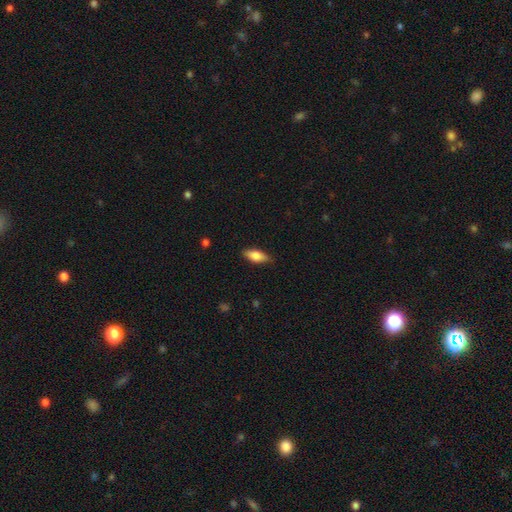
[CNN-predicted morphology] Smooth or featured? Predicted: smooth (p=0.74). How rounded? Predicted: in between (p=0.77). Merging? Predicted: none (p=0.84).